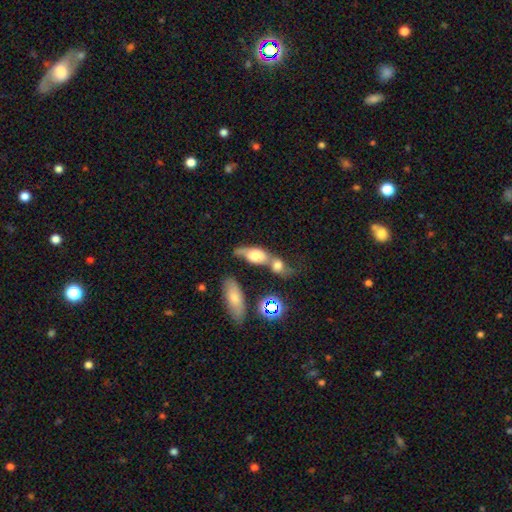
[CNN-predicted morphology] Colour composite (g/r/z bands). It shows a smooth galaxy with no disk features (58%) that is in between round and cigar-shaped (76%). Merging: merger (58%).